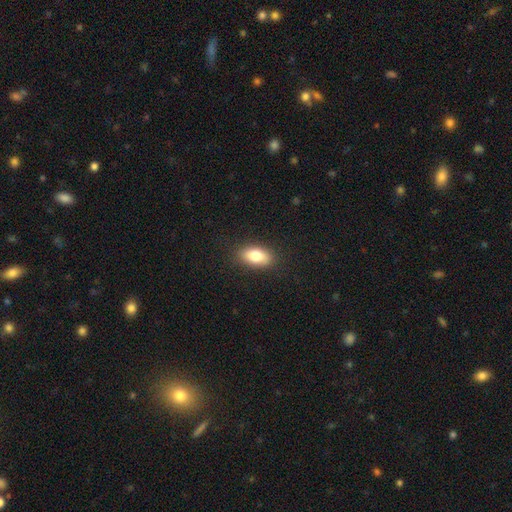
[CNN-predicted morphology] The model was most divided on "smooth or featured": smooth: 81%, featured or disk: 11%, star or artifact: 8%. More confident: how rounded — in between (88%); merging — none (87%).